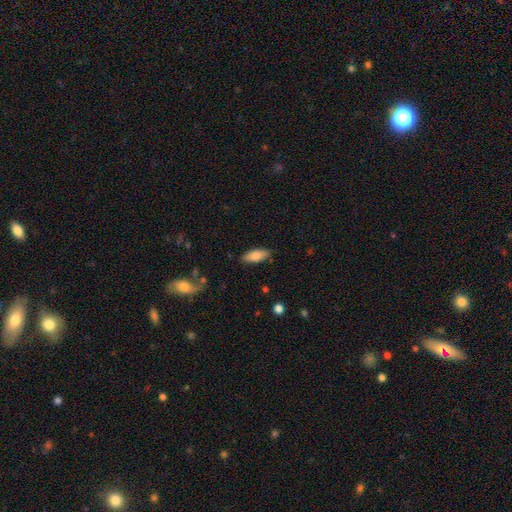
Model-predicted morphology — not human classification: The model was most divided on "how rounded": in between: 77%, cigar-shaped: 21%, round: 2%. More confident: merging — none (86%); smooth or featured — smooth (78%).